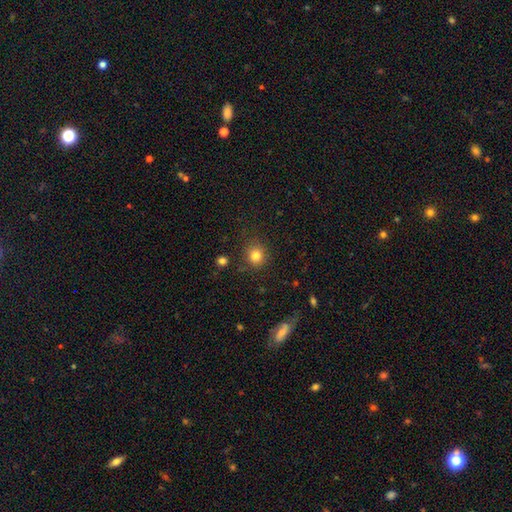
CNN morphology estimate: This appears to be a smooth galaxy with no disk features (82%) that is round (87%). Merging: none (85%).